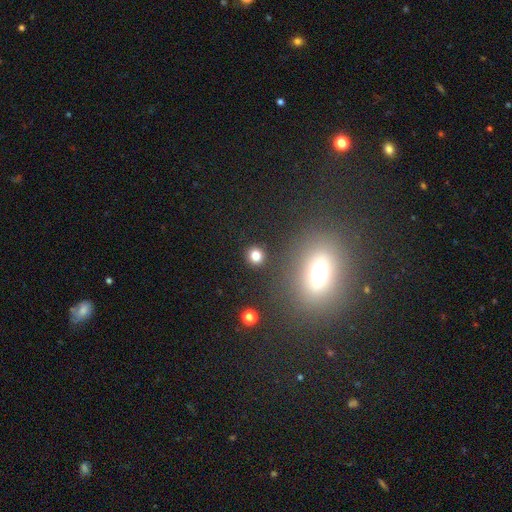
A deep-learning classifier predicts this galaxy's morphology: Overall: smooth (80%). How rounded: round (89%). Merging: none (90%).